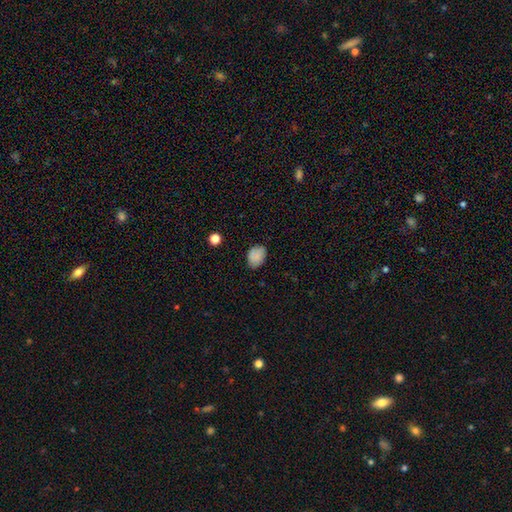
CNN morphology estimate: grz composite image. It shows a smooth galaxy with no disk features (85%) that is in between round and cigar-shaped (71%). Merging: none (79%).